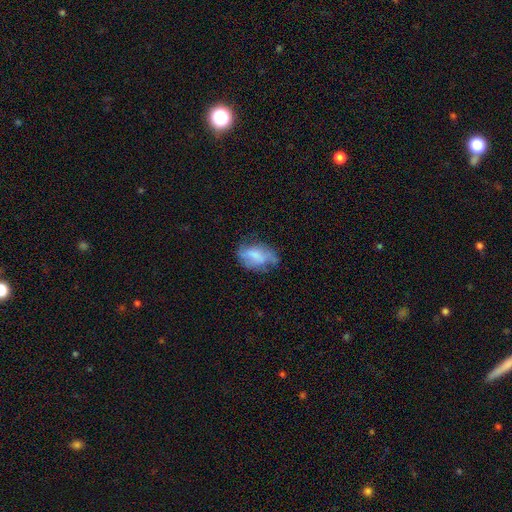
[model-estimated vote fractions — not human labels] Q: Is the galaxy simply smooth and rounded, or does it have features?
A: smooth — 56%.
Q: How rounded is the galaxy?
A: in between — 86%.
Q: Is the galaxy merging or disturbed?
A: none — 44%.